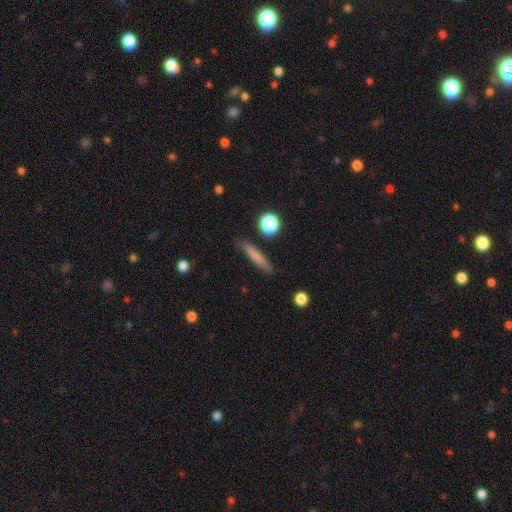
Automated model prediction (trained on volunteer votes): Q: Smooth or featured?
A: smooth (76%); runner-up: featured or disk (17%)
Q: How rounded?
A: cigar-shaped (89%); runner-up: in between (8%)
Q: Merging?
A: none (85%); runner-up: minor disturbance (10%)